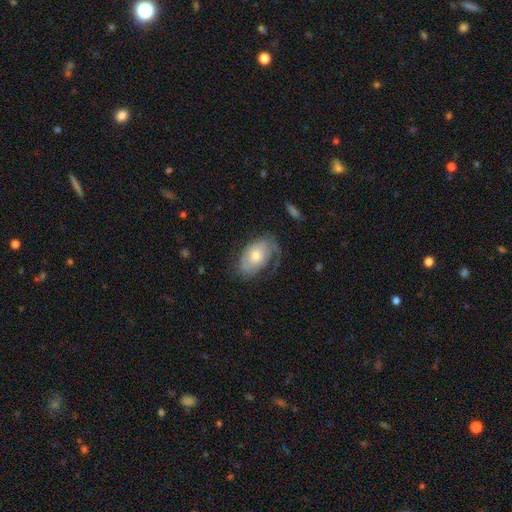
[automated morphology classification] This is possibly a featured or disk galaxy (56%). It is clearly not viewed edge-on (94%). Bar: likely no (80%). Spiral arm pattern: likely yes (76%). Central bulge: possibly moderate (50%). Merging: possibly none (51%).